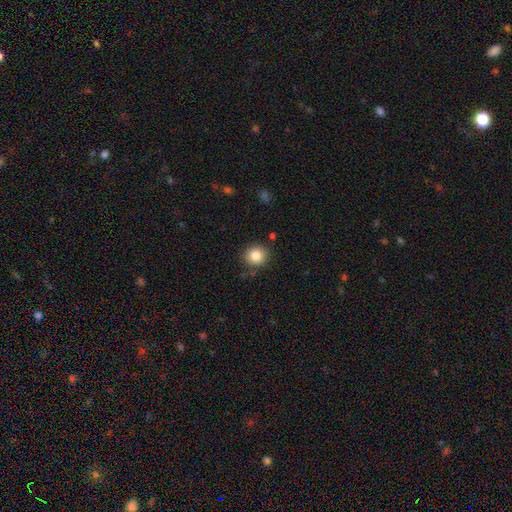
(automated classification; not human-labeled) A smooth galaxy with no disk features (84%) that is round (89%).

Vote fractions:
- Smooth or featured? smooth: 84% / star or artifact: 10% / featured or disk: 6%
- How rounded? round: 89% / in between: 10% / cigar-shaped: 1%
- Merging? none: 86% / minor disturbance: 9% / major disturbance: 3% / merger: 2%